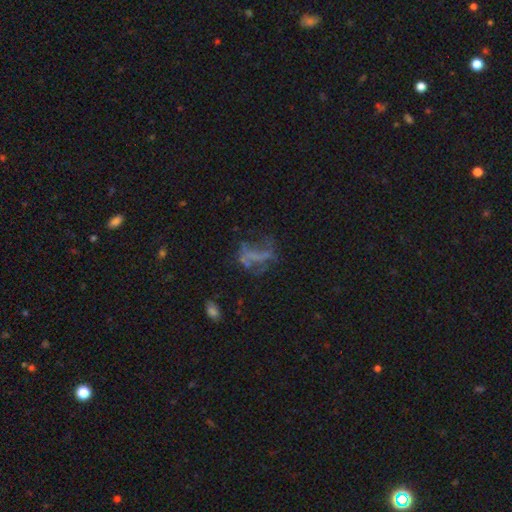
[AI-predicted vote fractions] A featured or disk galaxy (48%).

Vote fractions:
- Smooth or featured? featured or disk: 48% / smooth: 28% / star or artifact: 24%
- Merging? none: 38% / major disturbance: 37% / minor disturbance: 17% / merger: 8%